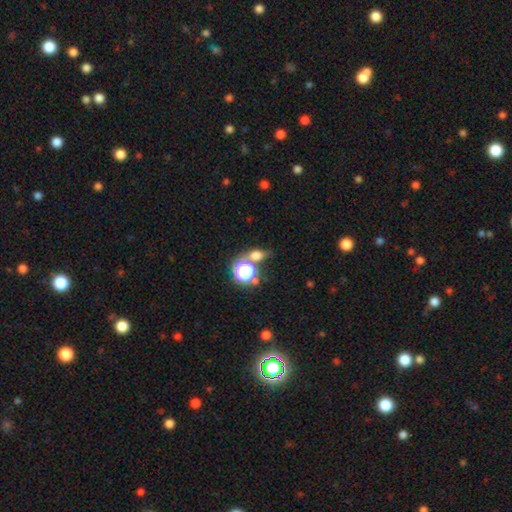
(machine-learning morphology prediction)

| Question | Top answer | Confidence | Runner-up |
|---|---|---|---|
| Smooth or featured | smooth | 64% | star or artifact (24%) |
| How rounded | round | 51% | in between (45%) |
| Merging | none | 58% | merger (22%) |